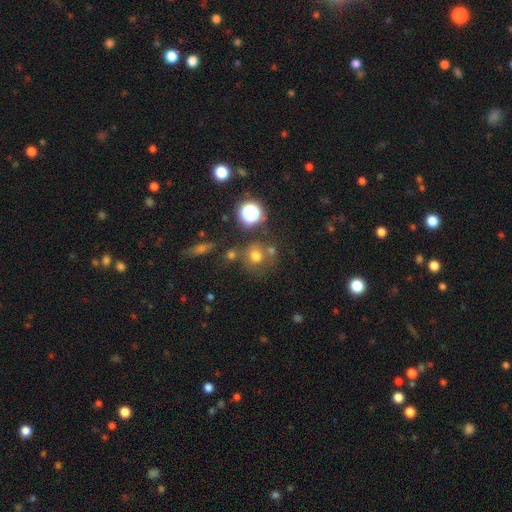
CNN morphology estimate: This is likely a smooth galaxy (66%). How rounded: clearly round (87%). Merging: likely none (64%).